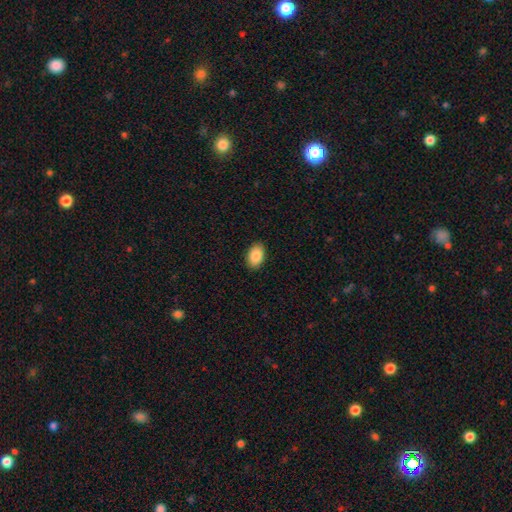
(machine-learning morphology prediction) This appears to be a smooth galaxy with no disk features (88%) that is in between round and cigar-shaped (90%). Merging: none (90%).